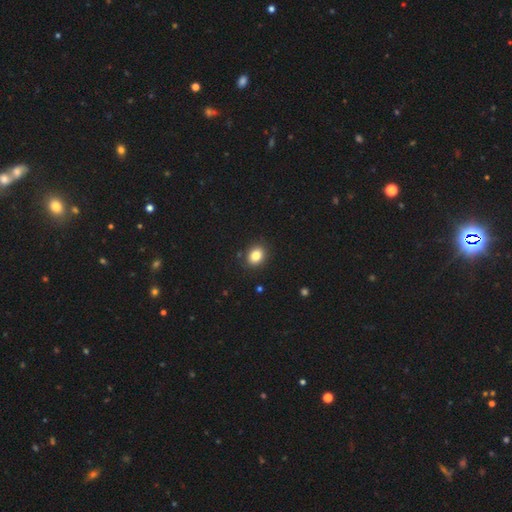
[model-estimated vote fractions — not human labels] smooth 83%, star or artifact 10%, featured or disk 7%. Down the decision tree: how rounded — round (52%); merging — none (89%).